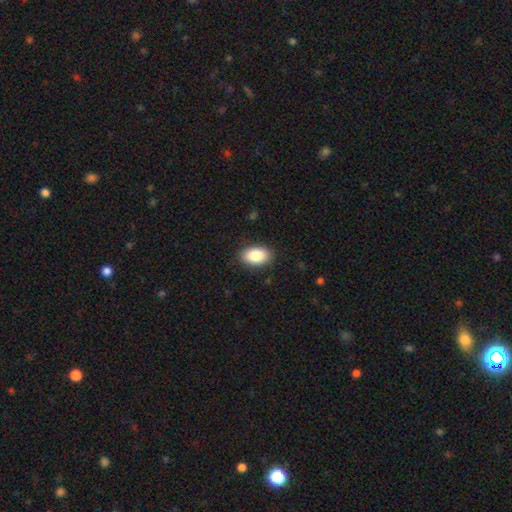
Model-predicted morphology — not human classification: Overall: smooth (87%). How rounded: in between (90%). Merging: none (87%).